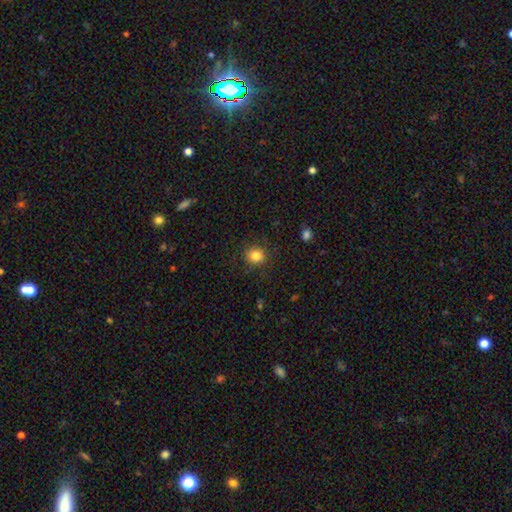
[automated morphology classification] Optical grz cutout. It shows a smooth galaxy with no disk features (84%) that is round (78%). Merging: none (87%).